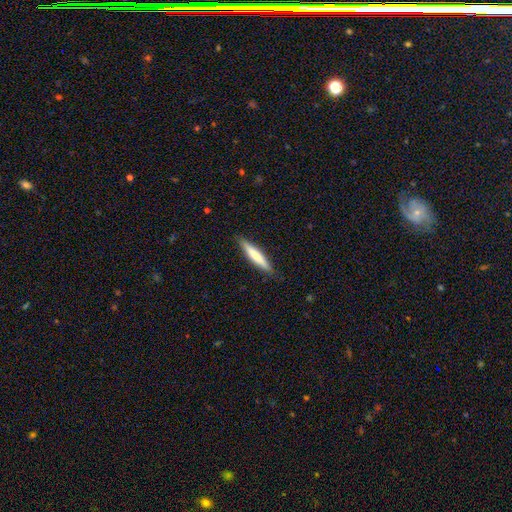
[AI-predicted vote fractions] A smooth galaxy with no disk features (69%) that is cigar-shaped (90%). Merging: none (89%).